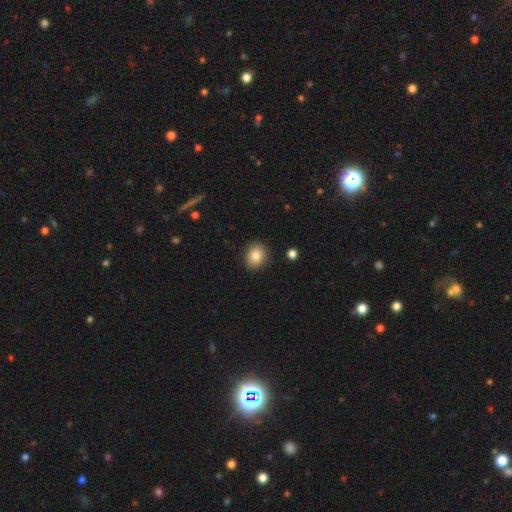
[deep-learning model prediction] A smooth galaxy with no disk features (83%) that is round (56%).

Vote fractions:
- Smooth or featured? smooth: 83% / star or artifact: 9% / featured or disk: 7%
- How rounded? round: 56% / in between: 43% / cigar-shaped: 1%
- Merging? none: 89% / minor disturbance: 7% / major disturbance: 2% / merger: 1%